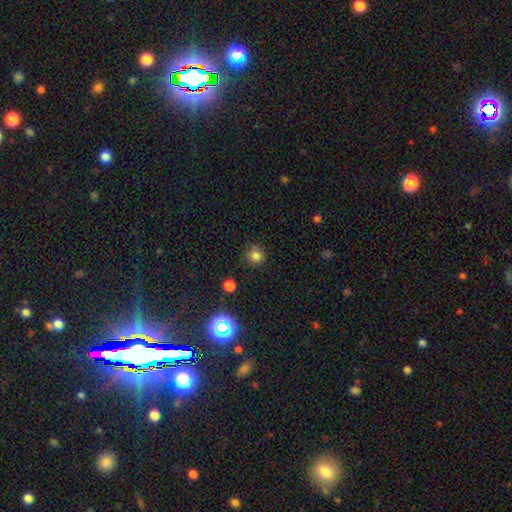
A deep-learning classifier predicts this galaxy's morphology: Smooth or featured? Predicted: smooth (p=0.78). How rounded? Predicted: round (p=0.91). Merging? Predicted: none (p=0.80).